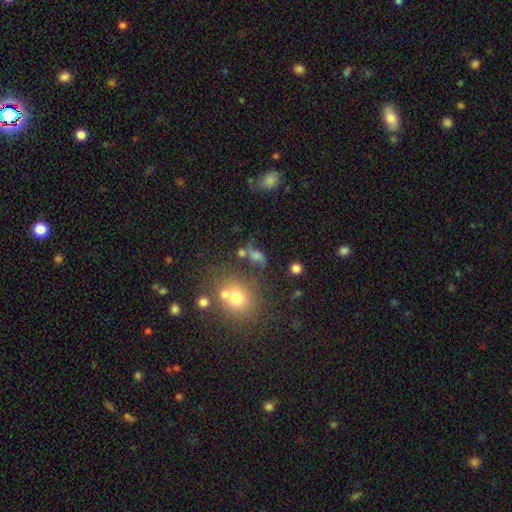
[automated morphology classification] smooth-or-featured: smooth: 57% | featured or disk: 23% | star or artifact: 21%
  how-rounded: in between: 59% | round: 36% | cigar-shaped: 5%
  merging: none: 45% | merger: 21% | minor disturbance: 19% | major disturbance: 15%